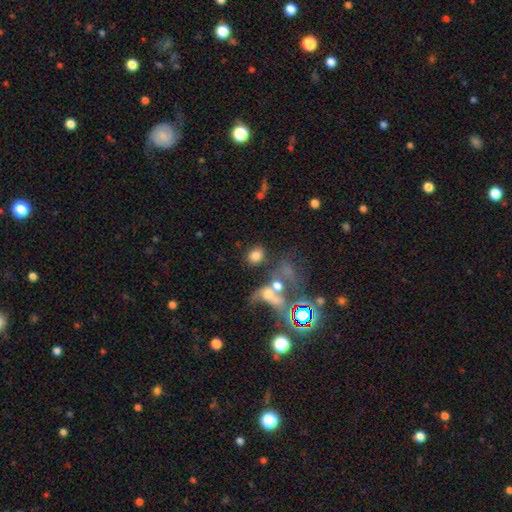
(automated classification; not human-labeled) smooth 72%, star or artifact 14%, featured or disk 14%. Down the decision tree: how rounded — in between (54%); merging — none (48%).